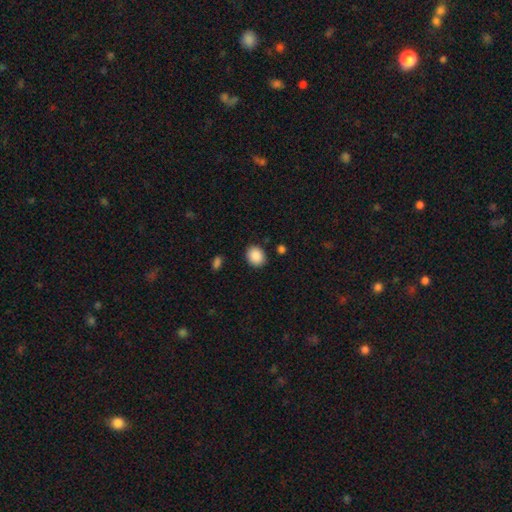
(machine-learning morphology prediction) Smooth or featured? Predicted: smooth (p=0.89). How rounded? Predicted: round (p=0.59). Merging? Predicted: none (p=0.86).